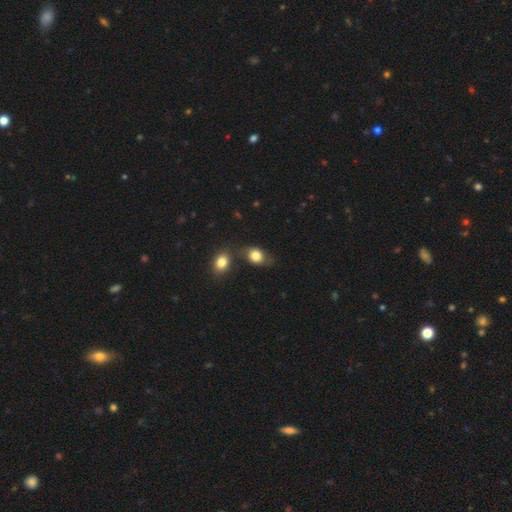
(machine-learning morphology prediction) Smooth or featured: smooth — 80% (featured or disk — 11%)
How rounded: in between — 64% (round — 34%)
Merging: none — 58% (minor disturbance — 19%)